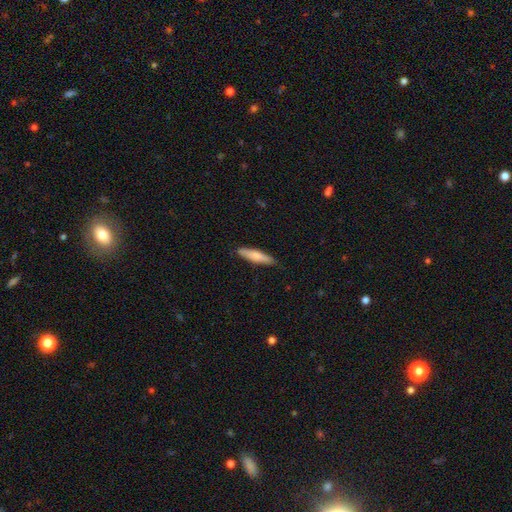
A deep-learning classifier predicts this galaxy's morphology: This appears to be a smooth galaxy with no disk features (75%) that is cigar-shaped (82%). Merging: none (85%).